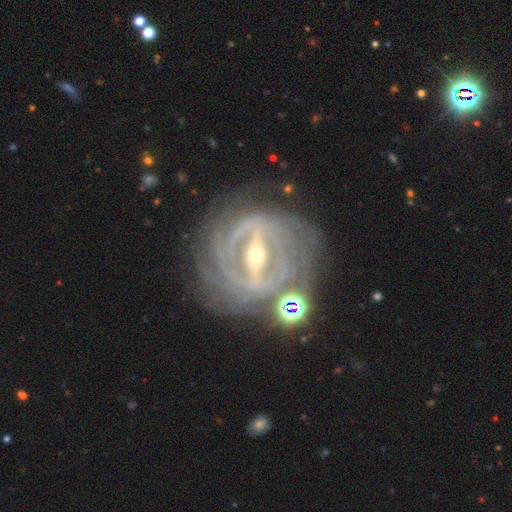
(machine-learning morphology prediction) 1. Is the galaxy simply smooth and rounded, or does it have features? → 89% featured or disk, 6% star or artifact, 4% smooth.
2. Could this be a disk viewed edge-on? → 92% no, 8% yes.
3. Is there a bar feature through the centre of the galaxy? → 77% strong, 17% weak, 6% no.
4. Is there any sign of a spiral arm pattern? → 88% yes, 12% no.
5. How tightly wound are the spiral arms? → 72% tight, 22% medium, 6% loose.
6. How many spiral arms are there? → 35% can't tell, 20% 2, 16% 3, 15% 4, 9% more than 4, 6% 1.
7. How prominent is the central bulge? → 54% small, 42% moderate, 2% large, 1% none, 1% dominant.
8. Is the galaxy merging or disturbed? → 71% none, 14% minor disturbance, 9% major disturbance, 6% merger.